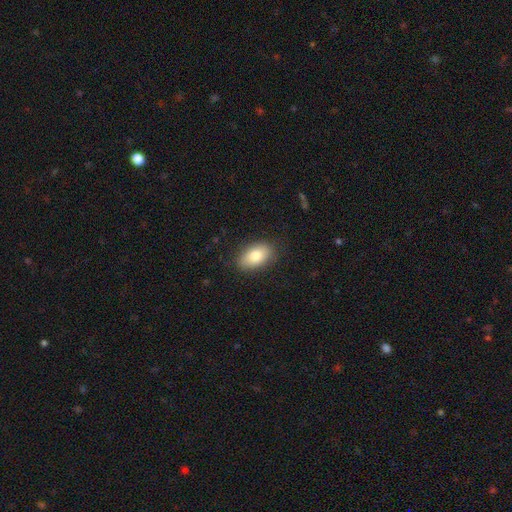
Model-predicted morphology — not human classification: Smooth or featured? smooth (81%)
How rounded? in between (91%)
Merging? none (85%)